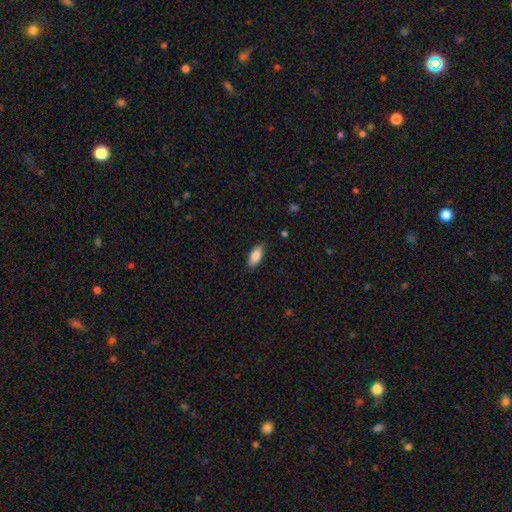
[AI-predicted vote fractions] Smooth or featured: smooth — 84% (featured or disk — 9%)
How rounded: in between — 85% (cigar-shaped — 13%)
Merging: none — 85% (minor disturbance — 12%)